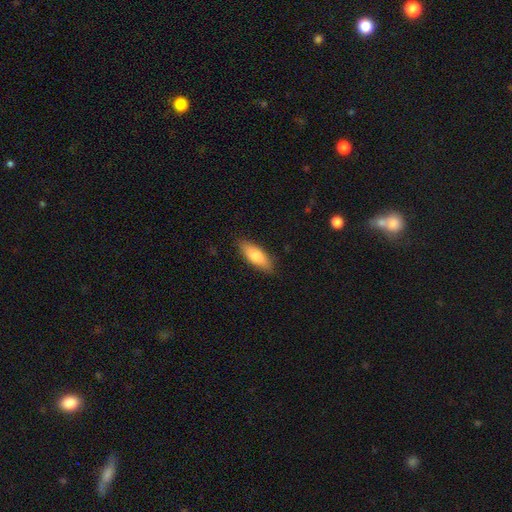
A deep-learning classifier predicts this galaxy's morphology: Smooth or featured? Predicted: smooth (p=0.78). How rounded? Predicted: in between (p=0.71). Merging? Predicted: none (p=0.85).